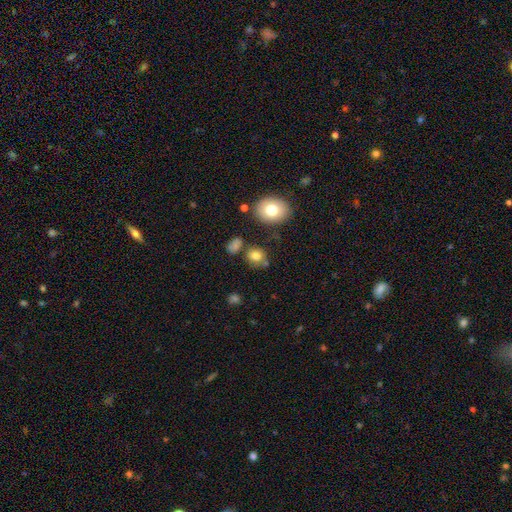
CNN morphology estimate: This appears to be a smooth galaxy with no disk features (79%) that is round (74%). Merging: none (75%).